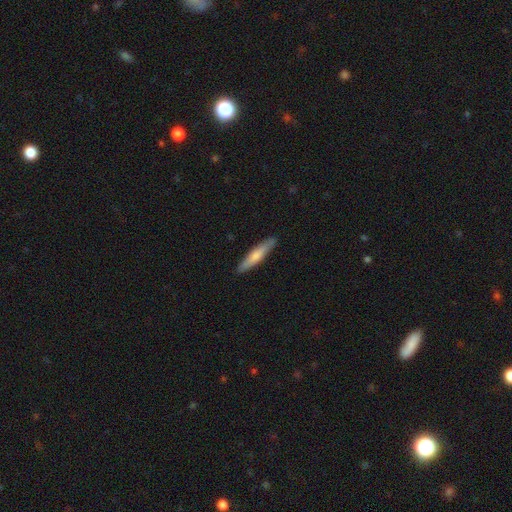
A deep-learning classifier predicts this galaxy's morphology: type=smooth (68%); roundness=cigar-shaped (88%); merging=none (89%).